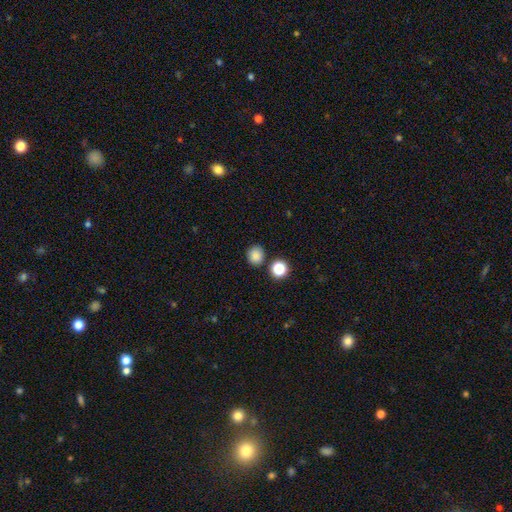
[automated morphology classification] This appears to be a smooth galaxy with no disk features (84%) that is round (83%). Merging: none (82%).